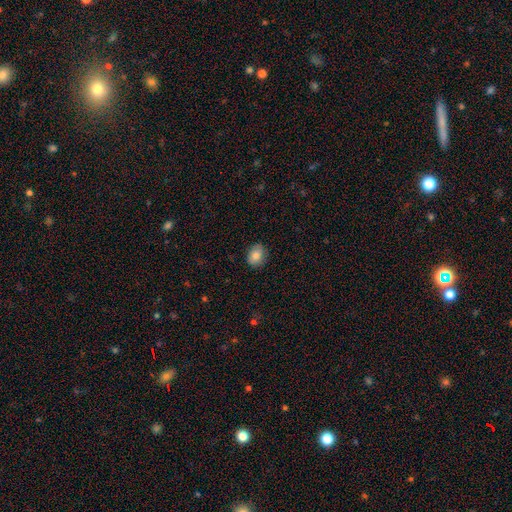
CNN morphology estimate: type=smooth (82%); roundness=round (50%); merging=none (85%).